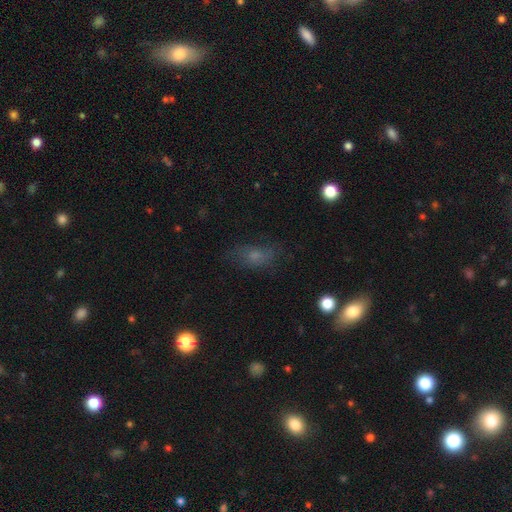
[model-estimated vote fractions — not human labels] smooth 57%, featured or disk 25%, star or artifact 18%. Down the decision tree: how rounded — in between (80%); merging — none (63%).